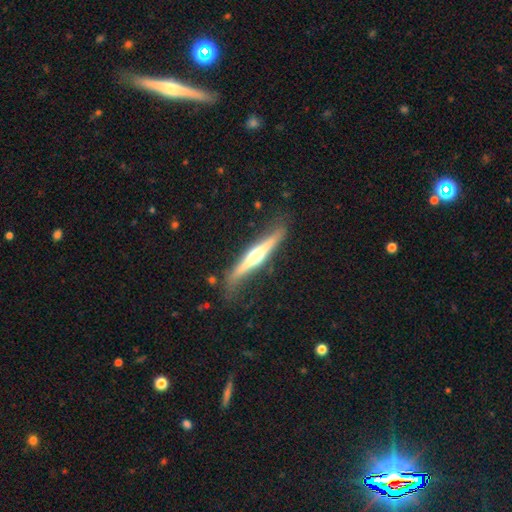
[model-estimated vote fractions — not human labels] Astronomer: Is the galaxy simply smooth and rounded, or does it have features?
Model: featured or disk — 74%.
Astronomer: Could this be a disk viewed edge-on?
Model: yes — 96%.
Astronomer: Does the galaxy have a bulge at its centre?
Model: rounded — 89%.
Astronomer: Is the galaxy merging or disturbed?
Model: none — 77%.